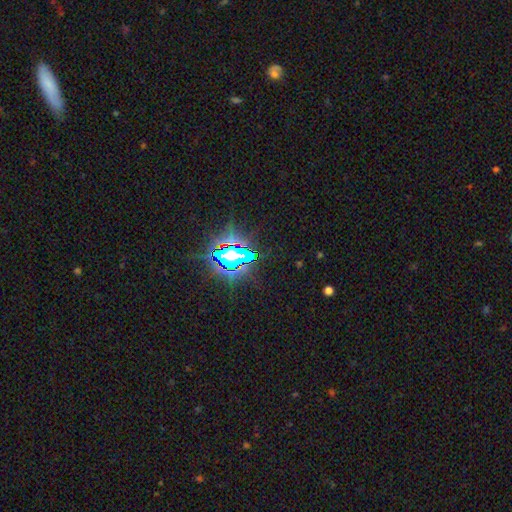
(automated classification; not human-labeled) Morphology: type=star or artifact (80%).